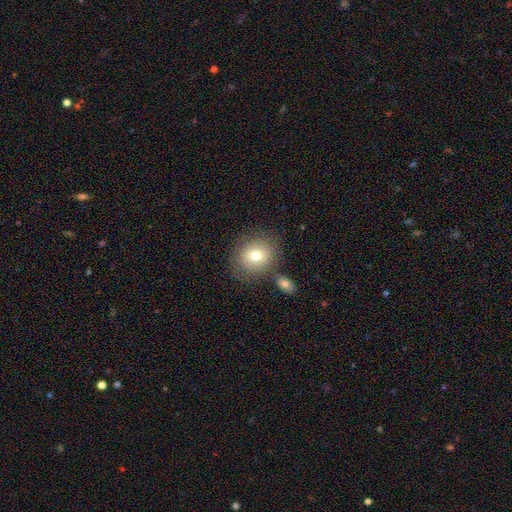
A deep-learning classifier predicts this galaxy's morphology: Smooth or featured? smooth (73%)
How rounded? round (60%)
Merging? none (69%)